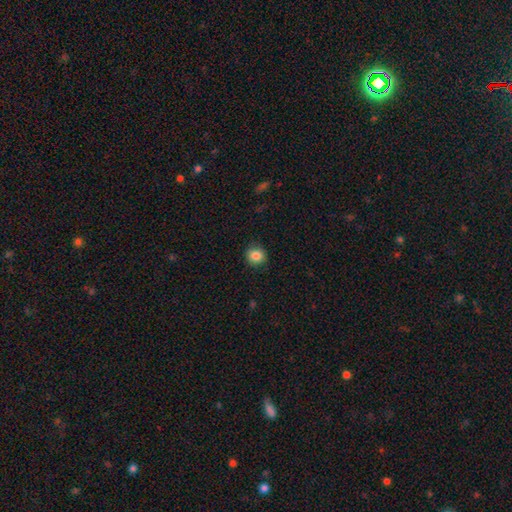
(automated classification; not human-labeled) Smooth or featured: smooth — 85% (star or artifact — 10%)
How rounded: round — 89% (in between — 10%)
Merging: none — 90% (minor disturbance — 7%)